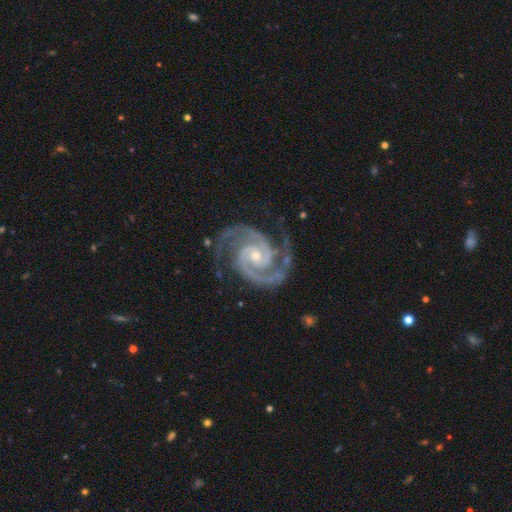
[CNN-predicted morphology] smooth-or-featured: featured or disk: 95% | star or artifact: 4% | smooth: 2%
  disk-edge-on: no: 98% | yes: 2%
    bar: no: 53% | weak: 33% | strong: 15%
    has-spiral-arms: yes: 99% | no: 1%
      spiral-winding: tight: 53% | medium: 43% | loose: 4%
      spiral-arm-count: 2: 90% | 3: 5% | can't tell: 1% | 4: 1% | 1: 1% | more than 4: 1%
    bulge-size: small: 59% | moderate: 38% | none: 1% | large: 1% | dominant: 1%
  merging: none: 77% | minor disturbance: 16% | major disturbance: 5% | merger: 1%